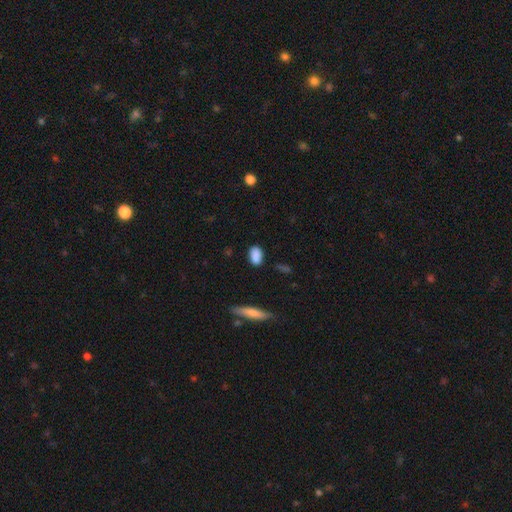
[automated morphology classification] Smooth or featured? smooth (88%)
How rounded? in between (89%)
Merging? none (82%)